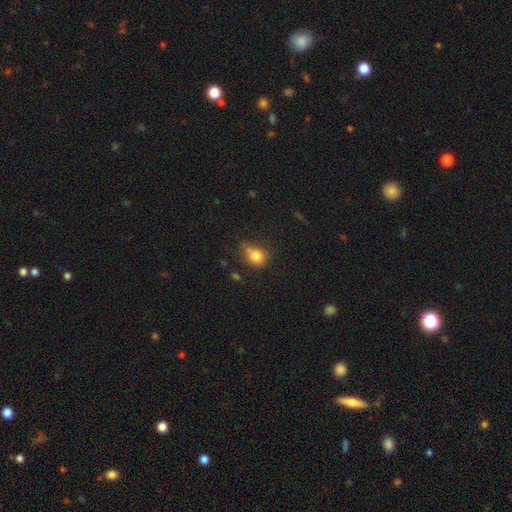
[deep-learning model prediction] Q: Smooth or featured?
A: smooth (80%); runner-up: star or artifact (11%)
Q: How rounded?
A: round (57%); runner-up: in between (41%)
Q: Merging?
A: none (48%); runner-up: minor disturbance (31%)